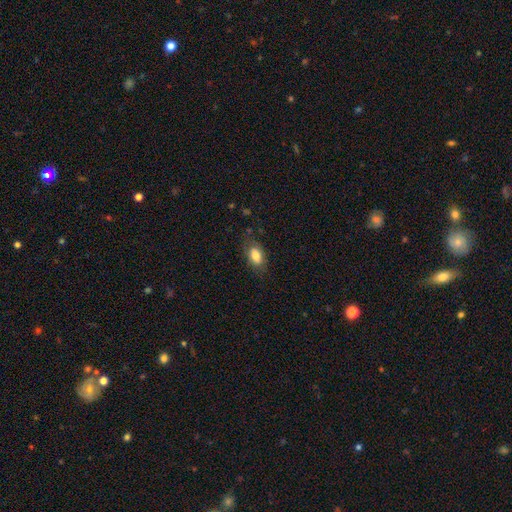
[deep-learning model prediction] Smooth or featured? smooth (77%)
How rounded? in between (90%)
Merging? none (73%)